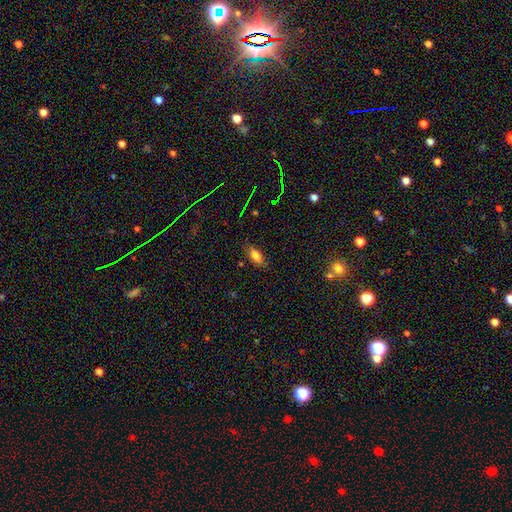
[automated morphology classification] A smooth galaxy with no disk features (77%) that is in between round and cigar-shaped (82%).

Vote fractions:
- Smooth or featured? smooth: 77% / star or artifact: 12% / featured or disk: 11%
- How rounded? in between: 82% / cigar-shaped: 15% / round: 3%
- Merging? none: 81% / minor disturbance: 14% / major disturbance: 3% / merger: 2%